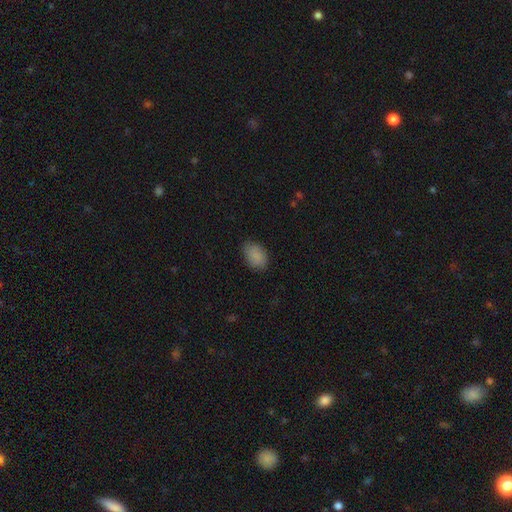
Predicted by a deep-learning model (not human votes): Smooth or featured?
  - smooth: 87% *
  - star or artifact: 8%
  - featured or disk: 6%
How rounded?
  - in between: 82% *
  - round: 17%
  - cigar-shaped: 1%
Merging?
  - none: 78% *
  - minor disturbance: 17%
  - major disturbance: 3%
  - merger: 1%